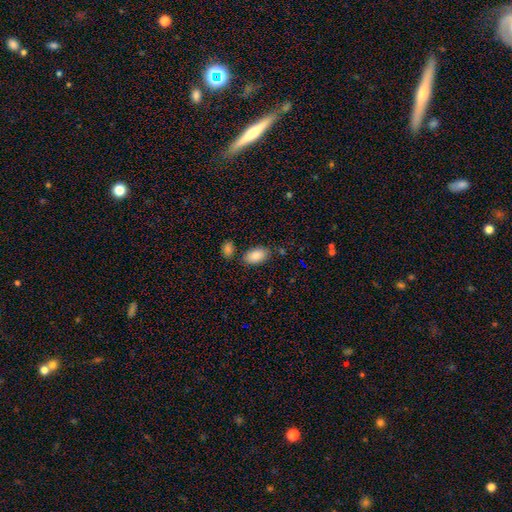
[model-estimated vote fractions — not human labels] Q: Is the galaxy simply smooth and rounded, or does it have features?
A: smooth — 87%.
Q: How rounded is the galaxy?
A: in between — 94%.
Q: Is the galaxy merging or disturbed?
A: none — 78%.